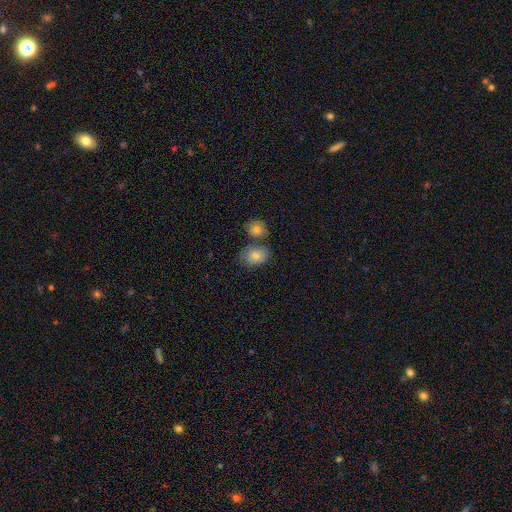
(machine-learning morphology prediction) smooth 80%, featured or disk 11%, star or artifact 9%. Down the decision tree: how rounded — in between (68%); merging — none (53%).